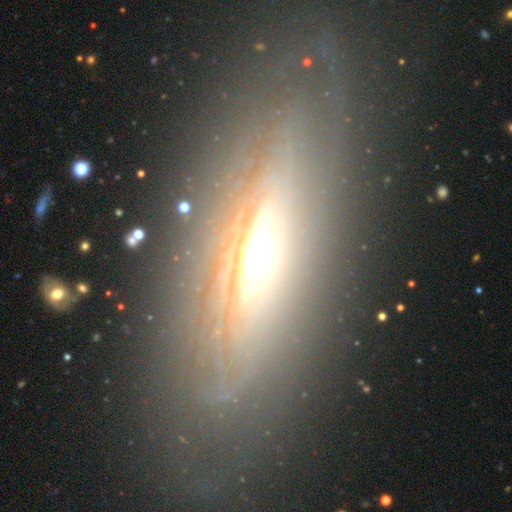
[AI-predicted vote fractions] A featured or disk galaxy (63%) viewed edge-on (72%).

Vote fractions:
- Smooth or featured? featured or disk: 63% / smooth: 25% / star or artifact: 12%
- Edge-on disk? yes: 72% / no: 28%
- Merging? none: 84% / minor disturbance: 11% / major disturbance: 4% / merger: 1%